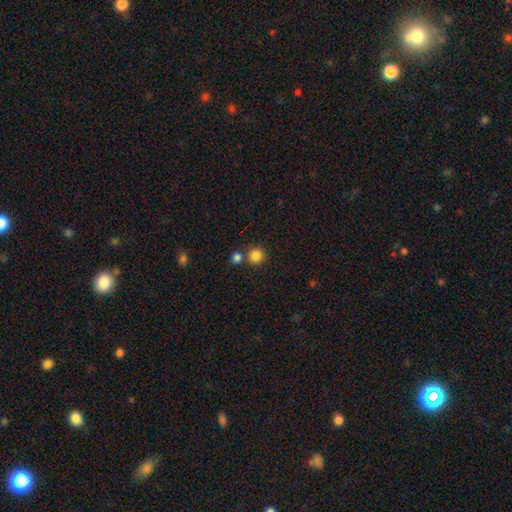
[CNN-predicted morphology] This appears to be a smooth galaxy with no disk features (84%) that is round (91%). Merging: none (73%).